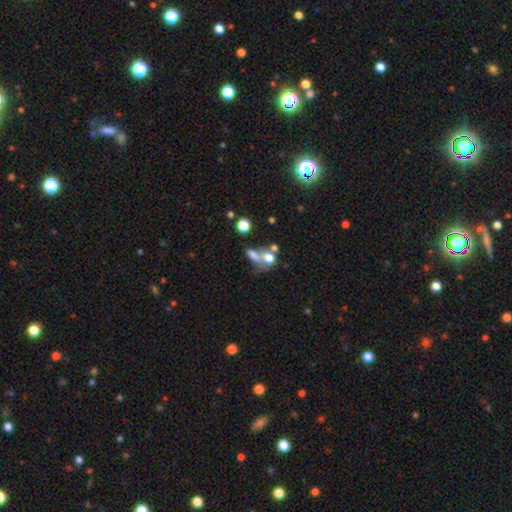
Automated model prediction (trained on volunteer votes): Q: Smooth or featured?
A: smooth (65%); runner-up: featured or disk (20%)
Q: How rounded?
A: in between (56%); runner-up: round (39%)
Q: Merging?
A: merger (52%); runner-up: none (24%)